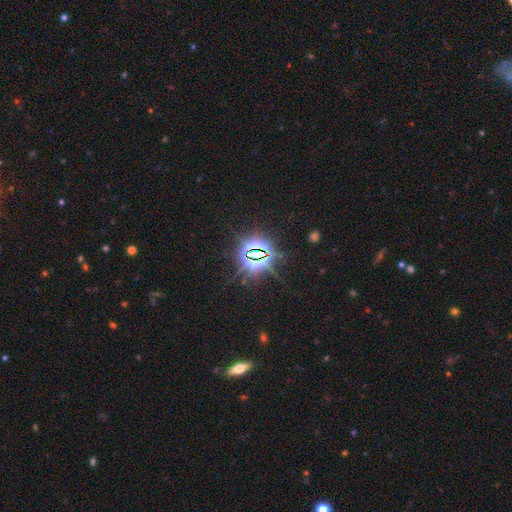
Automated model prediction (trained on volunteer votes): Smooth or featured? star or artifact (85%)